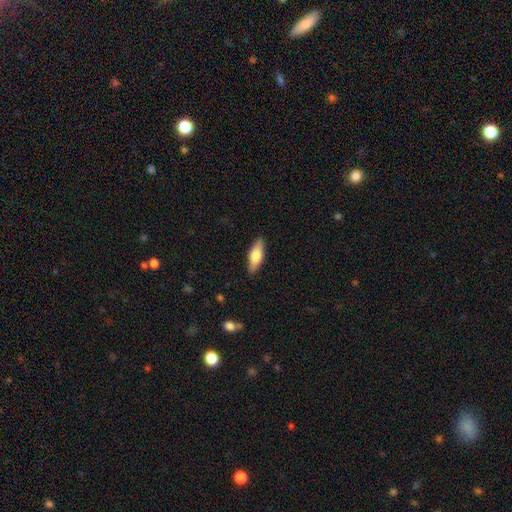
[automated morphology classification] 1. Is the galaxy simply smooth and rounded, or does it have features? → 69% smooth, 25% featured or disk, 6% star or artifact.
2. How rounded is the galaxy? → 64% in between, 33% cigar-shaped, 2% round.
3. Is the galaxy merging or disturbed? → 88% none, 9% minor disturbance, 2% major disturbance, 1% merger.